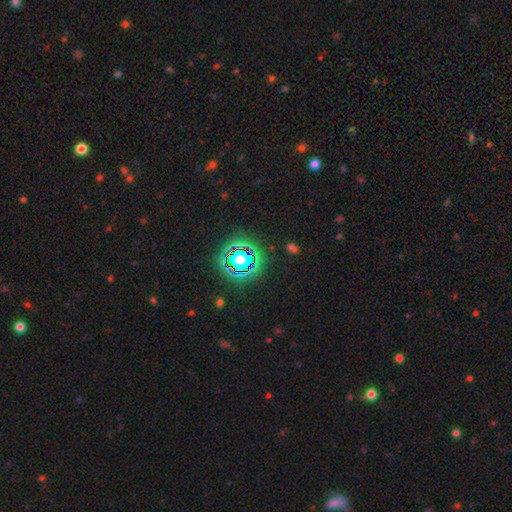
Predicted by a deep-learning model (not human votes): smooth_or_featured: star or artifact (p=0.81) [alt: smooth p=0.11]